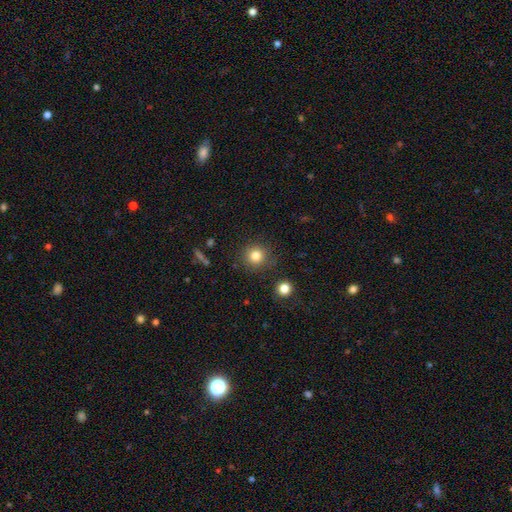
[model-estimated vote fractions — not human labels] Smooth or featured? smooth (81%)
How rounded? round (93%)
Merging? none (86%)